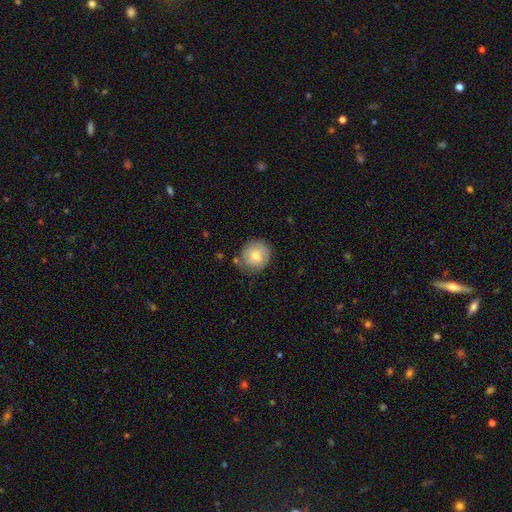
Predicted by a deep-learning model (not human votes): Smooth or featured? Predicted: smooth (p=0.78). How rounded? Predicted: round (p=0.88). Merging? Predicted: none (p=0.72).